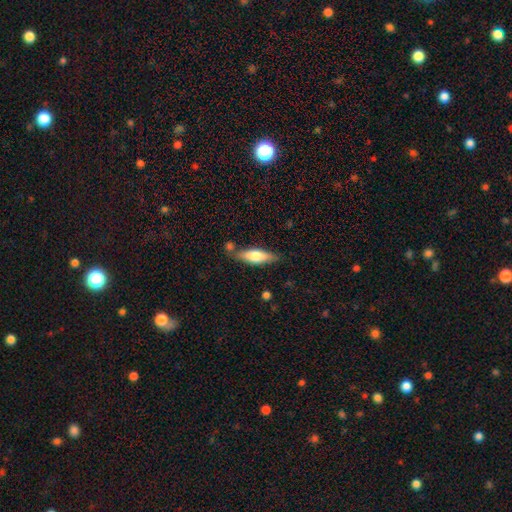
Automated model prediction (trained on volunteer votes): This appears to be a smooth galaxy with no disk features (62%) that is in between round and cigar-shaped (50%). Merging: none (74%).